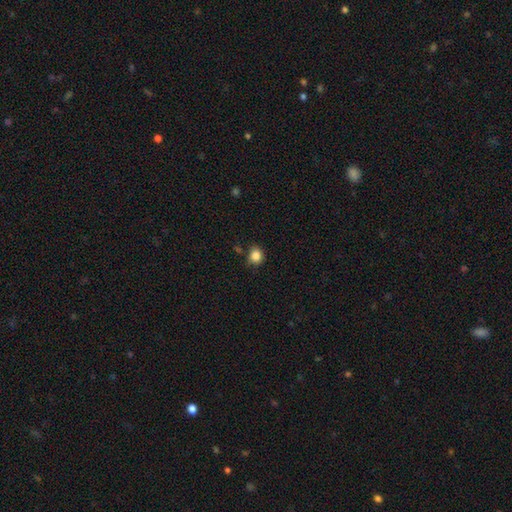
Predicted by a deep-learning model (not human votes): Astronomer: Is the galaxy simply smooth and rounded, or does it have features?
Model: smooth — 85%.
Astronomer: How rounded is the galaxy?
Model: round — 71%.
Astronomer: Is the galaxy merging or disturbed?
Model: none — 74%.